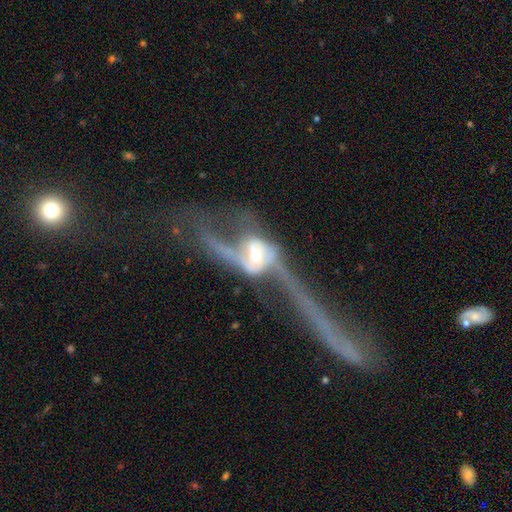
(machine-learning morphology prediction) Smooth or featured?
  - featured or disk: 83% *
  - smooth: 11%
  - star or artifact: 6%
Edge-on disk?
  - no: 78% *
  - yes: 22%
Bar?
  - no: 45% *
  - weak: 32%
  - strong: 23%
Spiral arms?
  - yes: 73% *
  - no: 27%
Bulge size?
  - moderate: 60% *
  - small: 26%
  - large: 10%
  - dominant: 2%
  - none: 2%
Merging?
  - major disturbance: 50% *
  - none: 20%
  - merger: 19%
  - minor disturbance: 11%